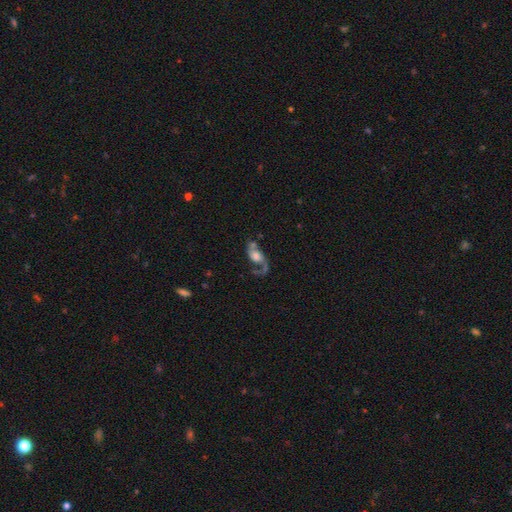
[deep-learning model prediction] smooth-or-featured: featured or disk: 69% | smooth: 23% | star or artifact: 8%
  disk-edge-on: no: 95% | yes: 5%
    bar: no: 69% | weak: 24% | strong: 7%
    has-spiral-arms: yes: 87% | no: 13%
      spiral-winding: loose: 69% | medium: 24% | tight: 7%
      spiral-arm-count: 2: 54% | 1: 41% | can't tell: 3% | 3: 1% | 4: 1% | more than 4: 1%
    bulge-size: large: 43% | moderate: 30% | small: 12% | dominant: 8% | none: 8%
  merging: none: 38% | major disturbance: 31% | minor disturbance: 17% | merger: 14%